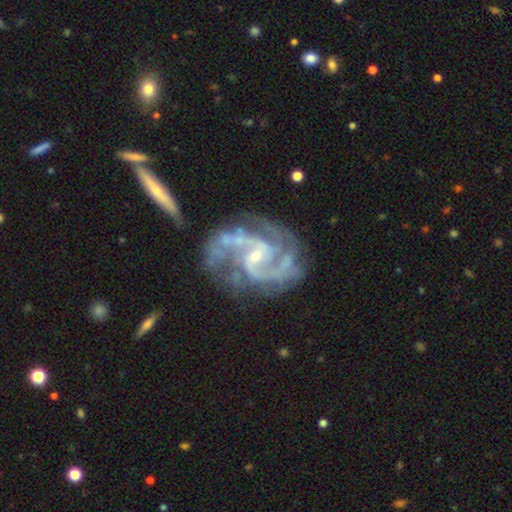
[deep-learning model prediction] smooth_or_featured: featured or disk (p=0.92) [alt: star or artifact p=0.05]
disk_edge_on: no (p=0.98) [alt: yes p=0.02]
bar: weak (p=0.44) [alt: no p=0.34]
has_spiral_arms: yes (p=0.98) [alt: no p=0.02]
spiral_winding: medium (p=0.58) [alt: tight p=0.28]
spiral_arm_count: 2 (p=0.73) [alt: 3 p=0.12]
bulge_size: small (p=0.74) [alt: moderate p=0.21]
merging: none (p=0.57) [alt: minor disturbance p=0.22]